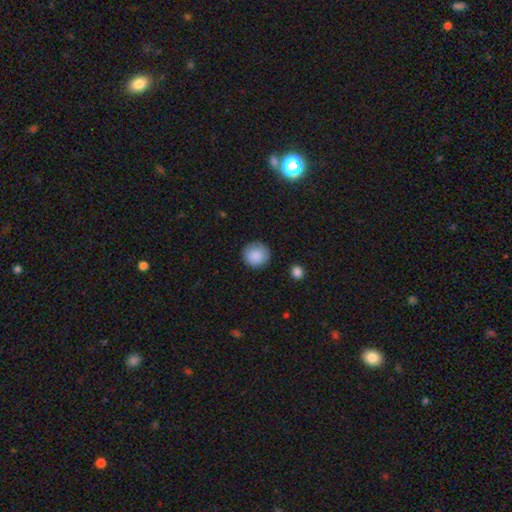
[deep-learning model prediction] smooth_or_featured: smooth (p=0.88) [alt: star or artifact p=0.07]
how_rounded: round (p=0.93) [alt: in between p=0.06]
merging: none (p=0.86) [alt: minor disturbance p=0.10]